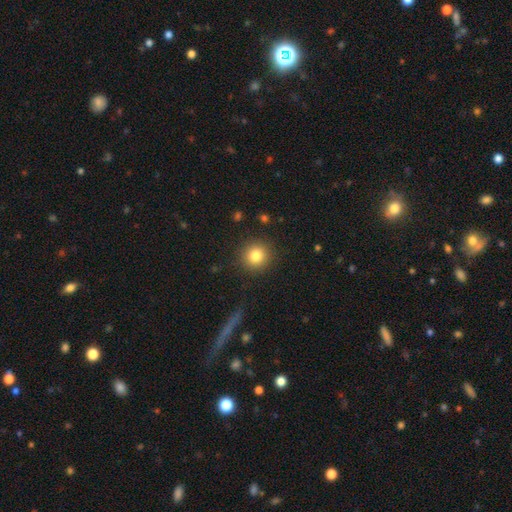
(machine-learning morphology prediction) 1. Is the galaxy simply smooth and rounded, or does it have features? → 82% smooth, 11% star or artifact, 7% featured or disk.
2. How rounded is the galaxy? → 92% round, 7% in between, 1% cigar-shaped.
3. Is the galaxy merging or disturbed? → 89% none, 7% minor disturbance, 3% major disturbance, 1% merger.